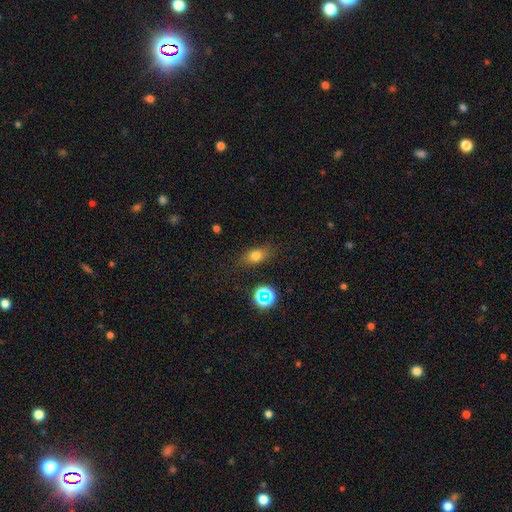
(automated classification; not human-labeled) Smooth or featured?
  - smooth: 73% *
  - star or artifact: 16%
  - featured or disk: 12%
How rounded?
  - in between: 69% *
  - round: 25%
  - cigar-shaped: 6%
Merging?
  - none: 79% *
  - minor disturbance: 15%
  - major disturbance: 5%
  - merger: 2%